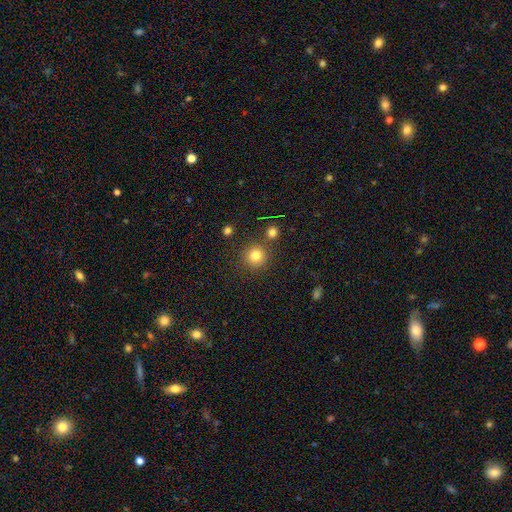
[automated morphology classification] Smooth or featured?
  - smooth: 81% *
  - star or artifact: 14%
  - featured or disk: 6%
How rounded?
  - round: 93% *
  - in between: 6%
  - cigar-shaped: 1%
Merging?
  - none: 82% *
  - minor disturbance: 8%
  - merger: 7%
  - major disturbance: 3%